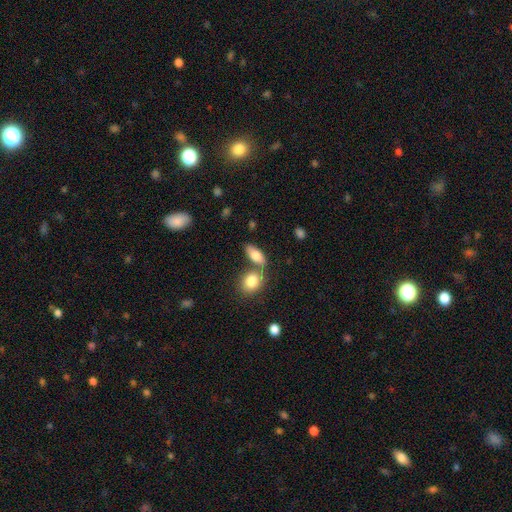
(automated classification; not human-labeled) A smooth galaxy with no disk features (78%) that is in between round and cigar-shaped (81%). Merging: none (51%).